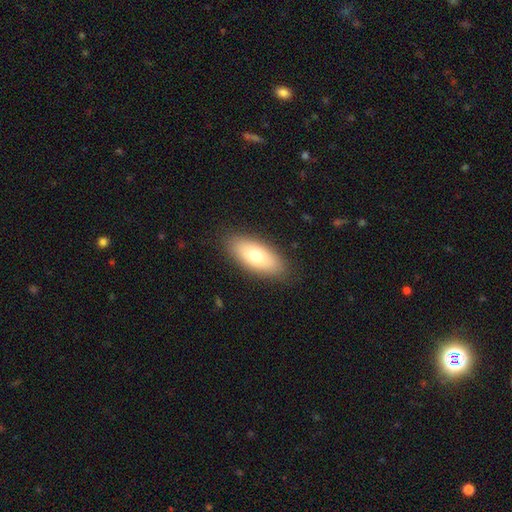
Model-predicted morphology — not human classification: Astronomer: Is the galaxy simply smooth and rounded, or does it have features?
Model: smooth — 73%.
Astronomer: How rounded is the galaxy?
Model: in between — 84%.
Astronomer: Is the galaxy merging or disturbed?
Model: none — 87%.